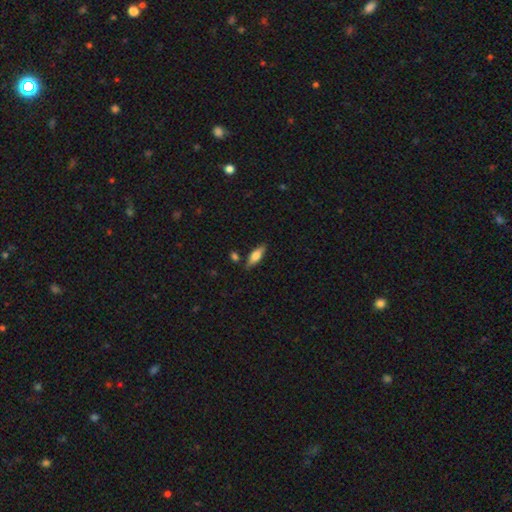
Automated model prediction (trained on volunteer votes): smooth 66%, featured or disk 27%, star or artifact 6%. Down the decision tree: how rounded — in between (61%); merging — none (81%).